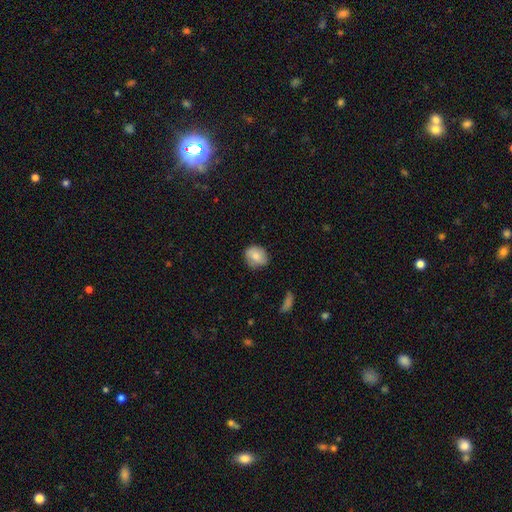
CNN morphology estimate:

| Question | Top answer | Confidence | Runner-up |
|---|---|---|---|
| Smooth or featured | smooth | 77% | featured or disk (16%) |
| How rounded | round | 62% | in between (37%) |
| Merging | none | 73% | minor disturbance (21%) |